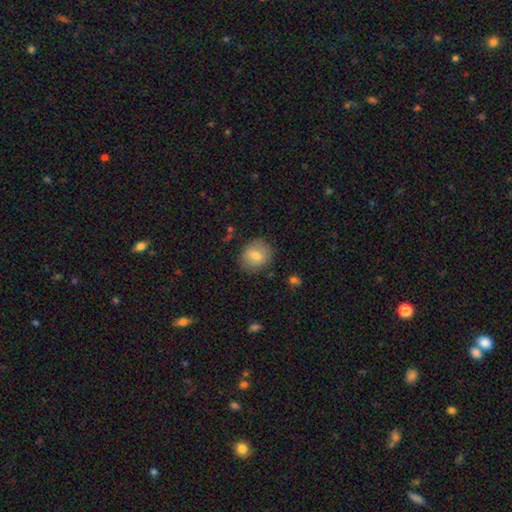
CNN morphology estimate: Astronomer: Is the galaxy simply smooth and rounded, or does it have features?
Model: smooth — 74%.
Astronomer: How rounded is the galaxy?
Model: round — 74%.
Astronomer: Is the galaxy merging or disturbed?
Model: none — 85%.